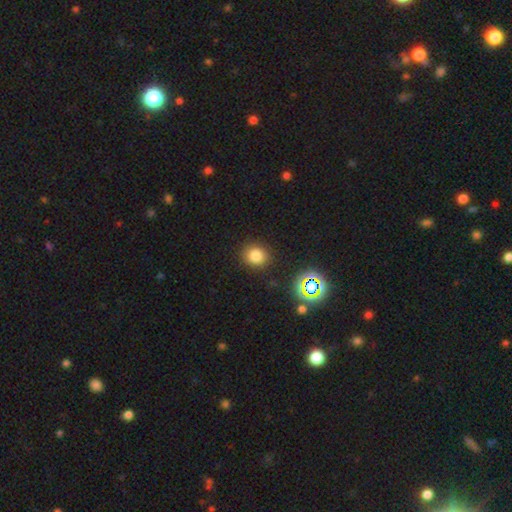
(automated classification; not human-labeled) Smooth or featured?
  - smooth: 79% *
  - star or artifact: 16%
  - featured or disk: 6%
How rounded?
  - round: 85% *
  - in between: 14%
  - cigar-shaped: 1%
Merging?
  - none: 87% *
  - minor disturbance: 8%
  - major disturbance: 3%
  - merger: 2%